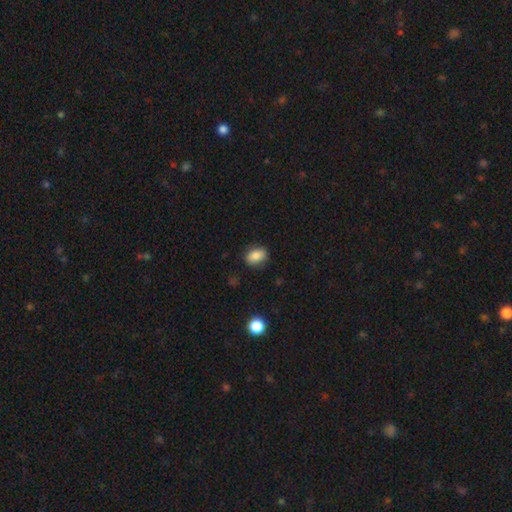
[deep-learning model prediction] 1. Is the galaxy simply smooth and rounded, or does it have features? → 84% smooth, 9% star or artifact, 7% featured or disk.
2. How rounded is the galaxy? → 71% in between, 27% round, 2% cigar-shaped.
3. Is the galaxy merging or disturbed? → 83% none, 12% minor disturbance, 3% major disturbance, 1% merger.